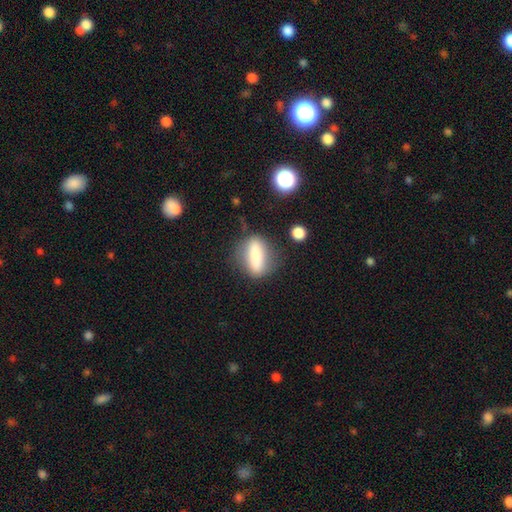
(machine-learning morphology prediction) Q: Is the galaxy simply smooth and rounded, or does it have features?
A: smooth — 66%.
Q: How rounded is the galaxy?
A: in between — 50%.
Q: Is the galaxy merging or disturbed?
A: none — 71%.